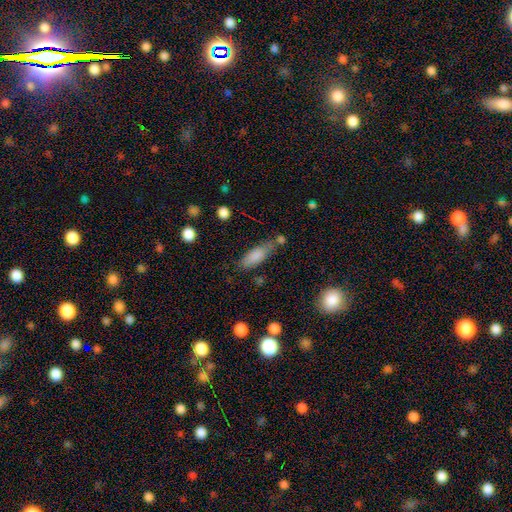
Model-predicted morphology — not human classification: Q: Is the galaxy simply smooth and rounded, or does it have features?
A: smooth — 82%.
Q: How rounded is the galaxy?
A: in between — 69%.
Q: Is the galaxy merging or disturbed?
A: none — 59%.